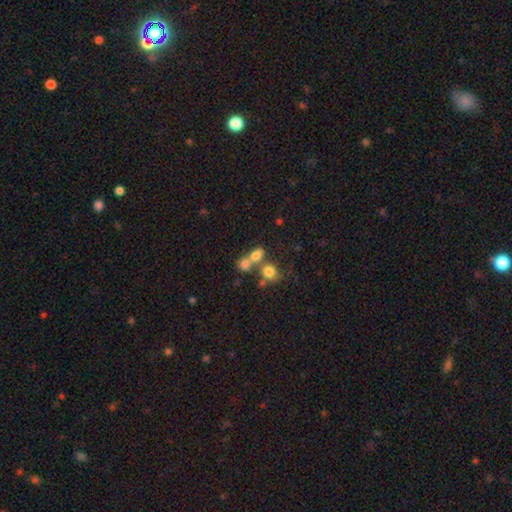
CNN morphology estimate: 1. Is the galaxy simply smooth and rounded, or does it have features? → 72% smooth, 14% featured or disk, 14% star or artifact.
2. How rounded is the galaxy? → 55% in between, 42% round, 3% cigar-shaped.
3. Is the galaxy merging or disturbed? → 52% merger, 33% none, 9% minor disturbance, 6% major disturbance.